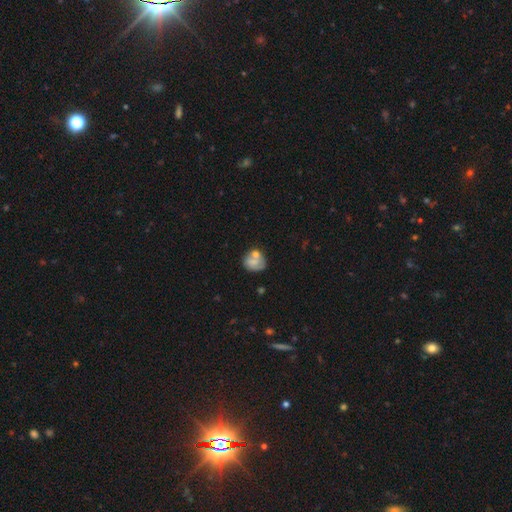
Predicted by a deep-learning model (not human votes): A smooth galaxy with no disk features (58%) that is round (70%).

Vote fractions:
- Smooth or featured? smooth: 58% / featured or disk: 32% / star or artifact: 10%
- How rounded? round: 70% / in between: 29% / cigar-shaped: 1%
- Merging? none: 46% / merger: 28% / minor disturbance: 18% / major disturbance: 9%